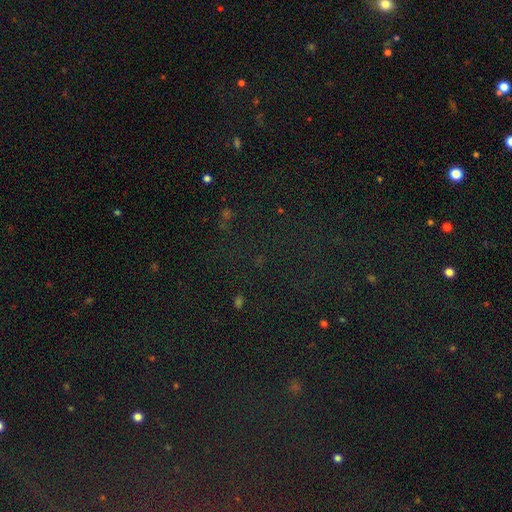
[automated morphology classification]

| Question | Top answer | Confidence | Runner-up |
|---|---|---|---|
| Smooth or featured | star or artifact | 77% | smooth (14%) |